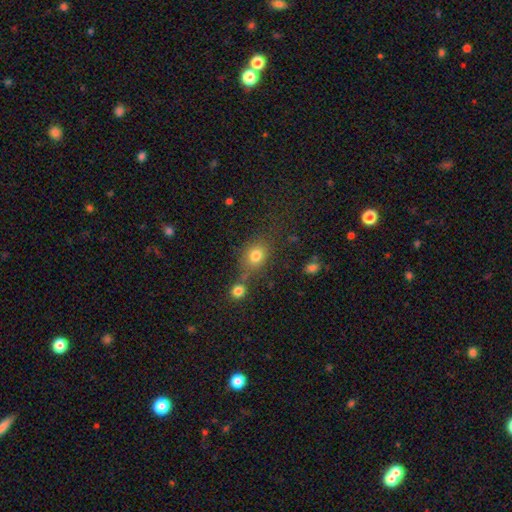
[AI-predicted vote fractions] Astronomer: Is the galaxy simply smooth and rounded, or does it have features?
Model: smooth — 78%.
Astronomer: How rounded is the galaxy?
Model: round — 52% (runner-up: in between, 46%).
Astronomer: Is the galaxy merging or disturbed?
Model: none — 59%.